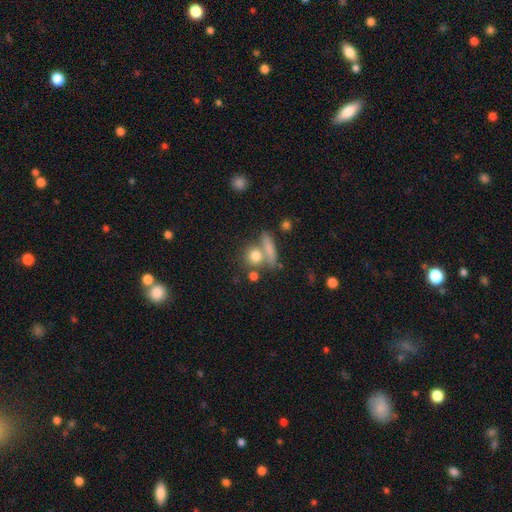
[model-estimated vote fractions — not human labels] Smooth or featured? Predicted: smooth (p=0.78). How rounded? Predicted: round (p=0.71). Merging? Predicted: none (p=0.55).